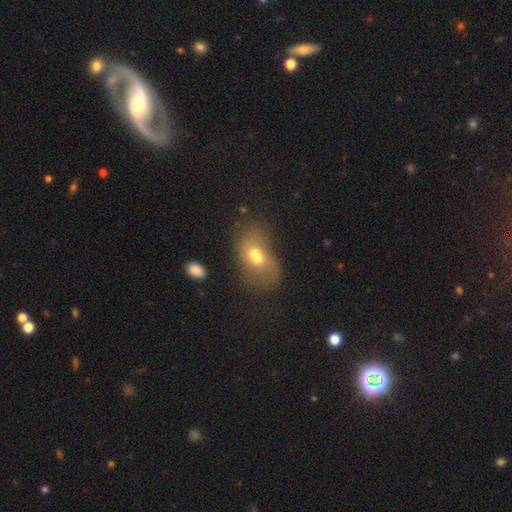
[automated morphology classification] Smooth or featured?
  - smooth: 55% *
  - featured or disk: 33%
  - star or artifact: 11%
How rounded?
  - in between: 74% *
  - round: 24%
  - cigar-shaped: 2%
Merging?
  - merger: 65% *
  - none: 17%
  - minor disturbance: 9%
  - major disturbance: 9%